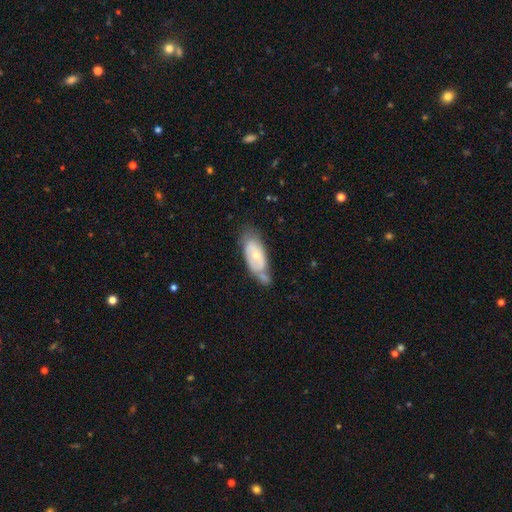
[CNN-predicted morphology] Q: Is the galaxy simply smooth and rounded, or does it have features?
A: featured or disk — 52%.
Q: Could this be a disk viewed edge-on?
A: no — 86%.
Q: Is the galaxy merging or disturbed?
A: none — 44%.